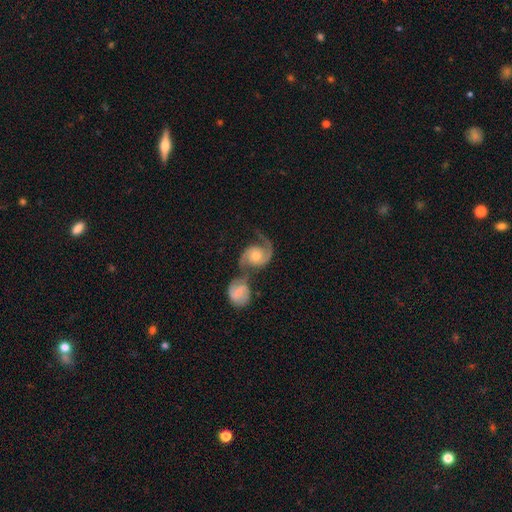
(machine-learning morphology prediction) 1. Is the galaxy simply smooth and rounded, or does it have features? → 87% featured or disk, 8% smooth, 5% star or artifact.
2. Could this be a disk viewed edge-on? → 98% no, 2% yes.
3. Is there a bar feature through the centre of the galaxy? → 68% no, 25% weak, 7% strong.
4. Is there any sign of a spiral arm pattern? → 97% yes, 3% no.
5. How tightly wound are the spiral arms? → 50% medium, 27% tight, 23% loose.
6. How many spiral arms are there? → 86% 2, 7% 1, 3% can't tell, 2% 3, 1% 4, 1% more than 4.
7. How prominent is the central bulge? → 64% moderate, 25% small, 7% large, 2% none, 1% dominant.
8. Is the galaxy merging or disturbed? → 54% merger, 29% none, 10% minor disturbance, 8% major disturbance.